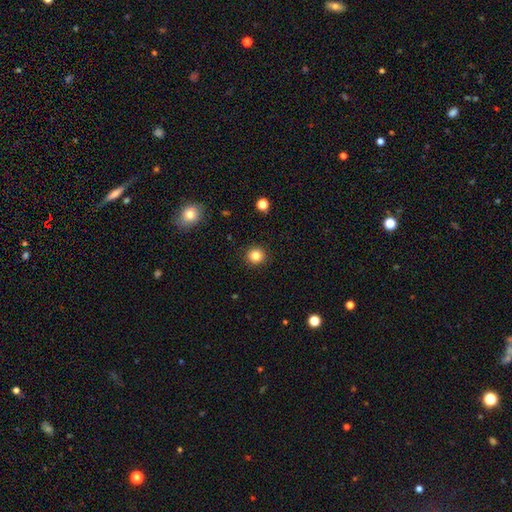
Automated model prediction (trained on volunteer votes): This is clearly a smooth galaxy (83%). How rounded: clearly round (93%). Merging: clearly none (92%).